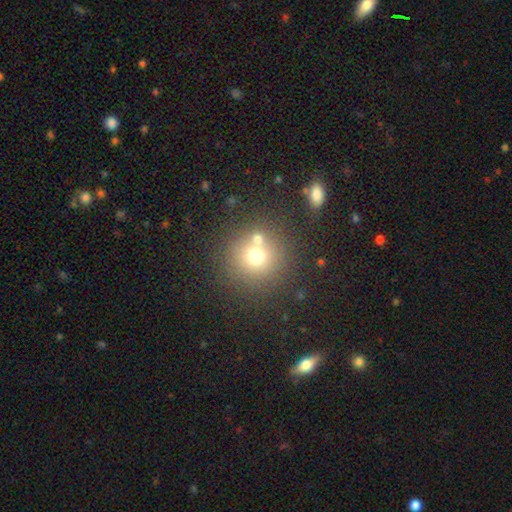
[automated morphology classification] Smooth or featured?
  - smooth: 69% *
  - star or artifact: 17%
  - featured or disk: 14%
How rounded?
  - round: 92% *
  - in between: 7%
  - cigar-shaped: 1%
Merging?
  - none: 66% *
  - merger: 22%
  - minor disturbance: 8%
  - major disturbance: 4%